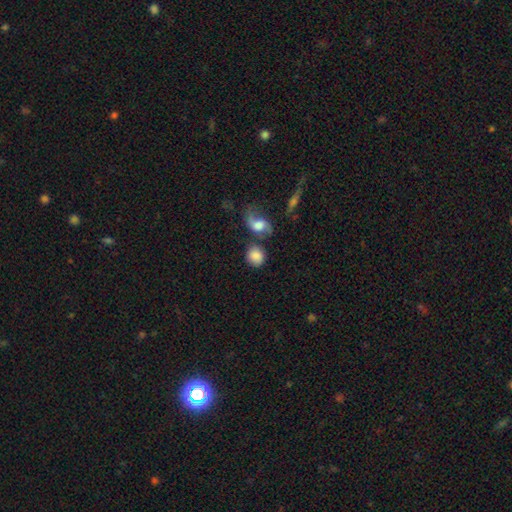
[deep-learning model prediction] Smooth or featured? Predicted: smooth (p=0.79). How rounded? Predicted: round (p=0.73). Merging? Predicted: none (p=0.55).